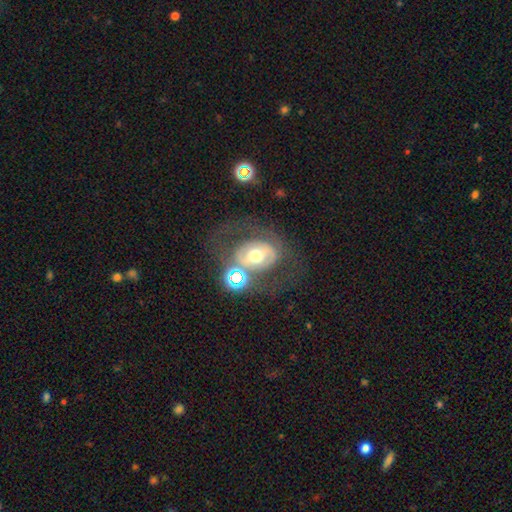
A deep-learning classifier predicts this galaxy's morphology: Smooth or featured: featured or disk — 60% (smooth — 28%)
Edge-on disk: no — 94% (yes — 6%)
Bar: no — 48% (weak — 28%)
Spiral arms: no — 58% (yes — 42%)
Bulge size: moderate — 69% (small — 16%)
Merging: none — 52% (major disturbance — 20%)